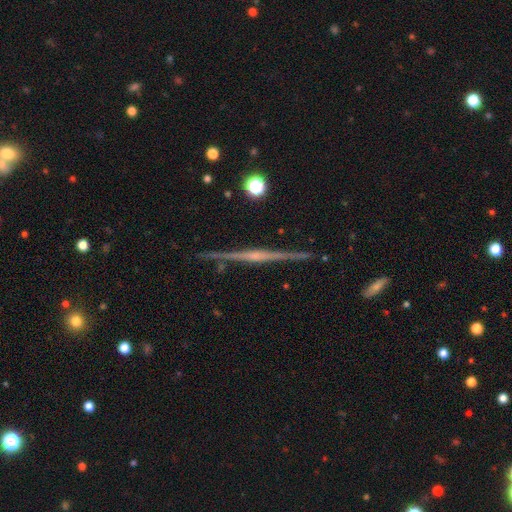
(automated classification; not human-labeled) Overall: featured or disk (85%). Edge-on disk: yes (98%). Edge-on bulge: rounded (62%; none 25%). Merging: none (90%).